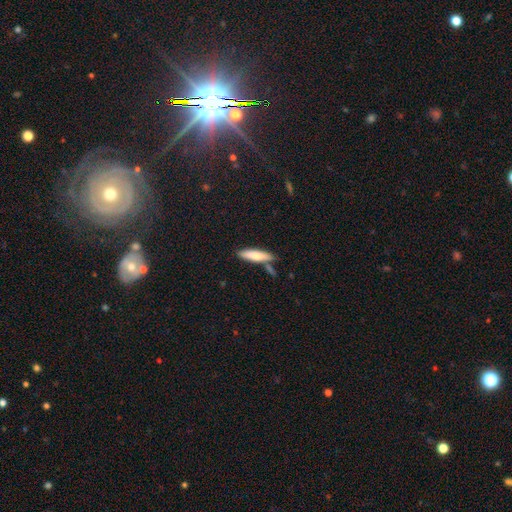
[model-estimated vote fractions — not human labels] Overall: smooth (73%). How rounded: cigar-shaped (73%). Merging: none (73%).